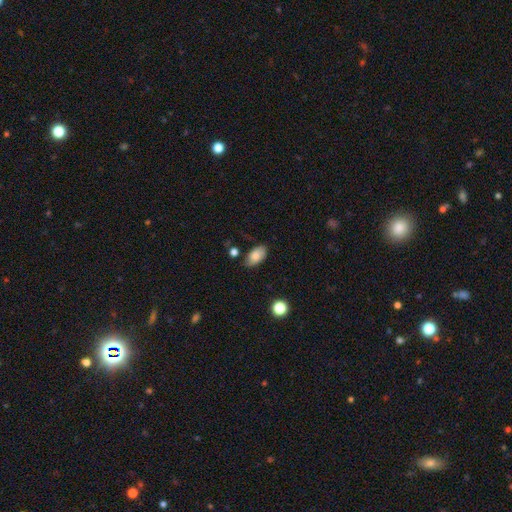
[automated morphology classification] Smooth or featured: smooth — 79% (featured or disk — 13%)
How rounded: in between — 94% (round — 4%)
Merging: none — 74% (minor disturbance — 19%)